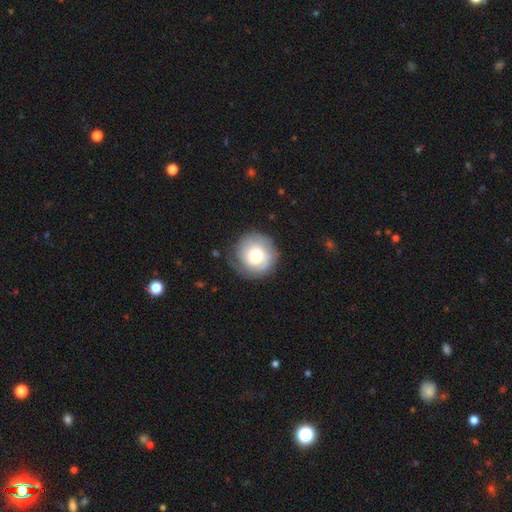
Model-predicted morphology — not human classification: Smooth or featured?
  - smooth: 50% *
  - featured or disk: 43%
  - star or artifact: 7%
Merging?
  - none: 75% *
  - minor disturbance: 17%
  - major disturbance: 7%
  - merger: 1%